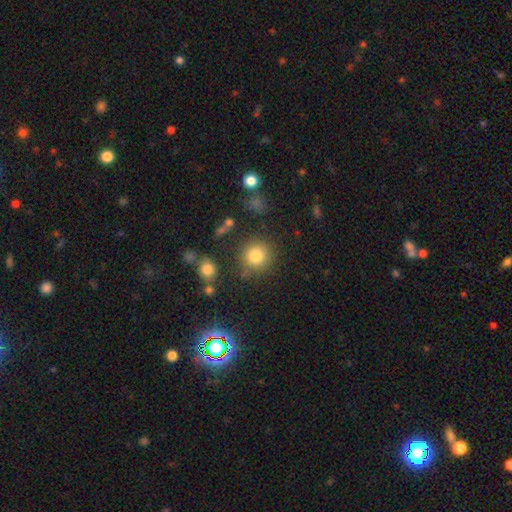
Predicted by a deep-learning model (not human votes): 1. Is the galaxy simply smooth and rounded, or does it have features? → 80% smooth, 12% star or artifact, 7% featured or disk.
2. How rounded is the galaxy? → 91% round, 8% in between, 1% cigar-shaped.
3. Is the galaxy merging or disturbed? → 80% none, 11% minor disturbance, 5% merger, 4% major disturbance.